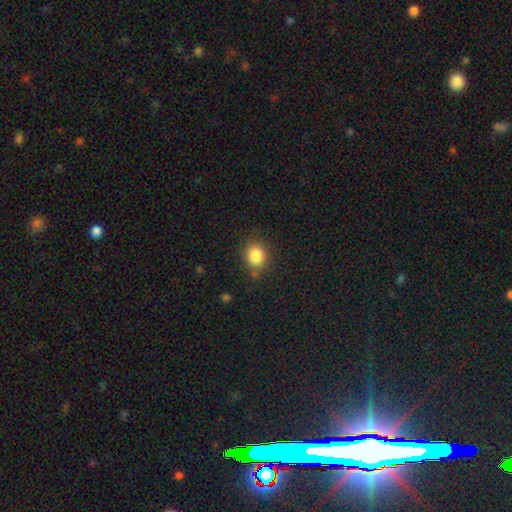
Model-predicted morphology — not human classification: A smooth galaxy with no disk features (84%) that is round (62%).

Vote fractions:
- Smooth or featured? smooth: 84% / star or artifact: 10% / featured or disk: 5%
- How rounded? round: 62% / in between: 38% / cigar-shaped: 1%
- Merging? none: 82% / minor disturbance: 12% / major disturbance: 4% / merger: 2%